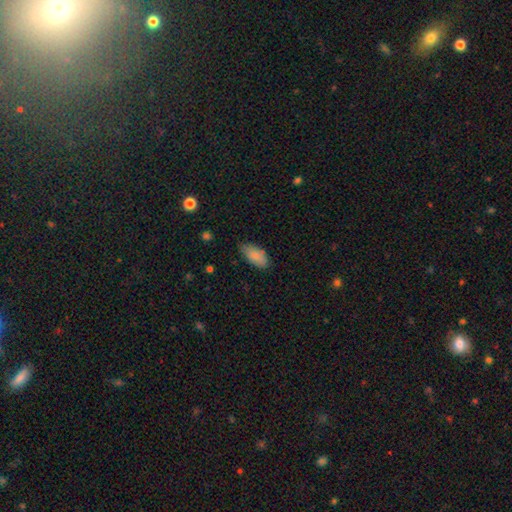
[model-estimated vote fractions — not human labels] smooth-or-featured: smooth: 86% | featured or disk: 7% | star or artifact: 7%
  how-rounded: in between: 91% | cigar-shaped: 7% | round: 2%
  merging: none: 72% | minor disturbance: 22% | major disturbance: 4% | merger: 2%